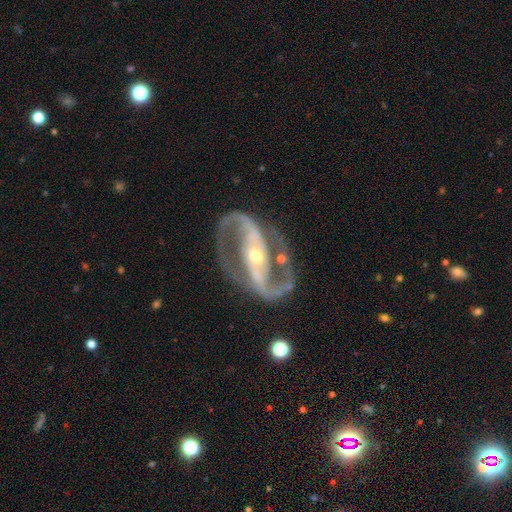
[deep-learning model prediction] A featured or disk galaxy (93%) with a strong bar (61%), 2 (94%) medium (59%) spiral arms (97%) and a small central bulge (50%). Merging: none (80%).